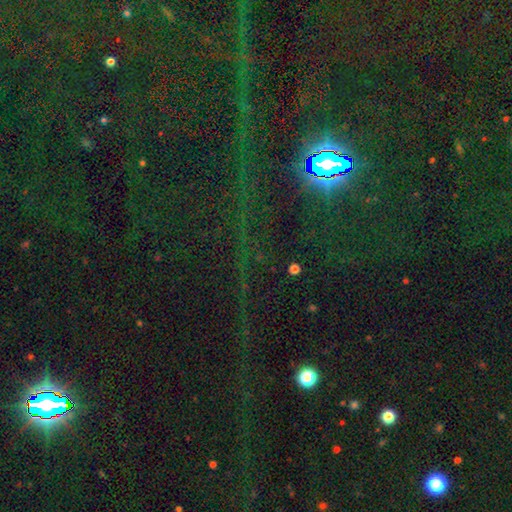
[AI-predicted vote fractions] This appears to be a star or artifact, not a galaxy (84%).